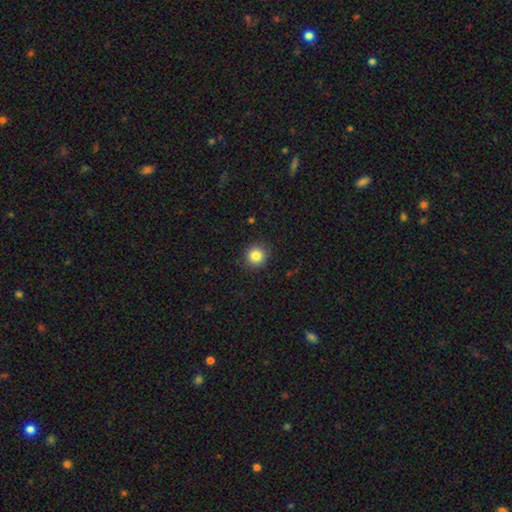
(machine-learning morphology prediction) Smooth or featured? Predicted: smooth (p=0.85). How rounded? Predicted: round (p=0.93). Merging? Predicted: none (p=0.91).